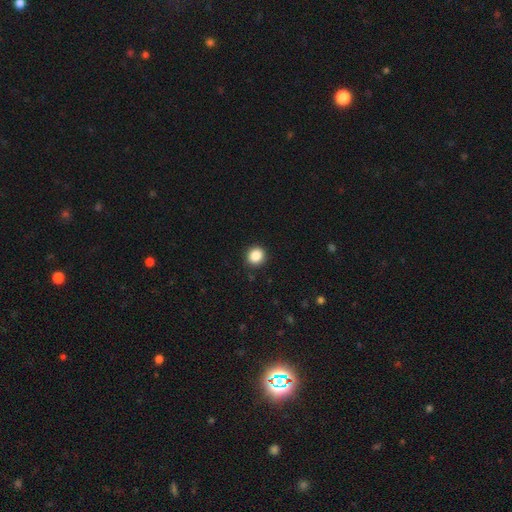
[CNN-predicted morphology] Smooth or featured? smooth (86%)
How rounded? round (90%)
Merging? none (92%)